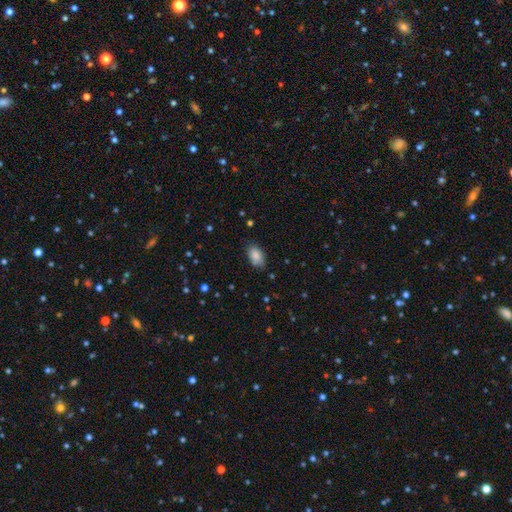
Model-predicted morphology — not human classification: smooth-or-featured: smooth: 85% | star or artifact: 8% | featured or disk: 7%
  how-rounded: in between: 91% | round: 7% | cigar-shaped: 2%
  merging: none: 76% | minor disturbance: 18% | major disturbance: 4% | merger: 2%